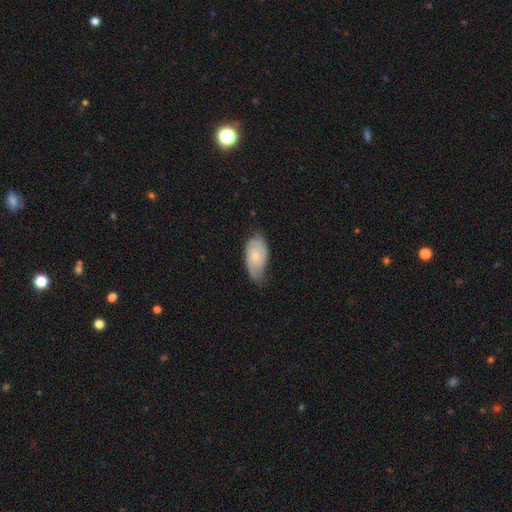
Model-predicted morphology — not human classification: Smooth or featured?
  - smooth: 53% *
  - featured or disk: 41%
  - star or artifact: 6%
How rounded?
  - in between: 92% *
  - cigar-shaped: 4%
  - round: 4%
Merging?
  - none: 57% *
  - minor disturbance: 35%
  - major disturbance: 7%
  - merger: 1%